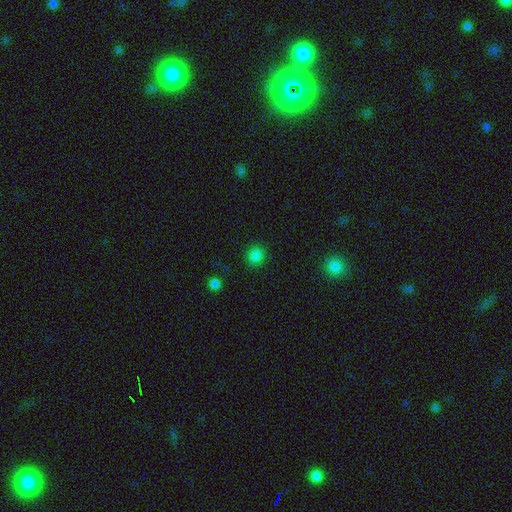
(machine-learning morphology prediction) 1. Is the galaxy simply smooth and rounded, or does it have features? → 82% smooth, 15% star or artifact, 3% featured or disk.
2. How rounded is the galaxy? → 88% round, 11% in between, 1% cigar-shaped.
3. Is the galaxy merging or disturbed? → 89% none, 7% minor disturbance, 3% major disturbance, 1% merger.